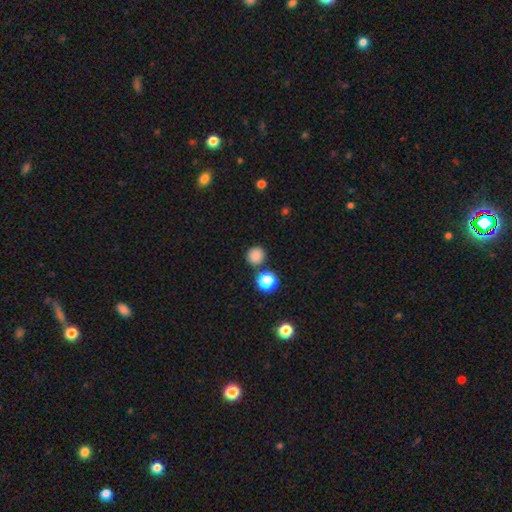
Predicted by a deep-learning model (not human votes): Smooth or featured? Predicted: smooth (p=0.82). How rounded? Predicted: round (p=0.93). Merging? Predicted: none (p=0.82).